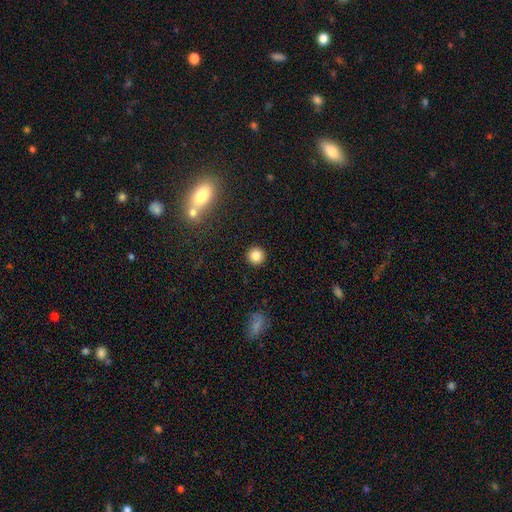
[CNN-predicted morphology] Overall: smooth (83%). How rounded: round (94%). Merging: none (92%).